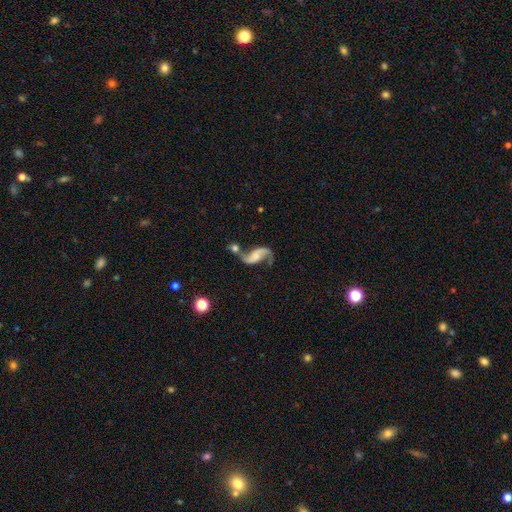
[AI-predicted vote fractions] A featured or disk galaxy (83%) with no bar (52%), 2 (88%) loose (80%) spiral arms (94%) and a small central bulge (35%).

Vote fractions:
- Smooth or featured? featured or disk: 83% / smooth: 10% / star or artifact: 7%
- Edge-on disk? no: 96% / yes: 4%
- Bar? no: 52% / weak: 34% / strong: 14%
- Spiral arms? yes: 94% / no: 6%
- Spiral winding? loose: 80% / medium: 16% / tight: 4%
- Spiral arm count? 2: 88% / 1: 7% / can't tell: 2% / 3: 1% / 4: 1% / more than 4: 1%
- Bulge size? small: 35% / none: 28% / moderate: 26% / large: 9% / dominant: 2%
- Merging? none: 37% / merger: 36% / minor disturbance: 14% / major disturbance: 13%